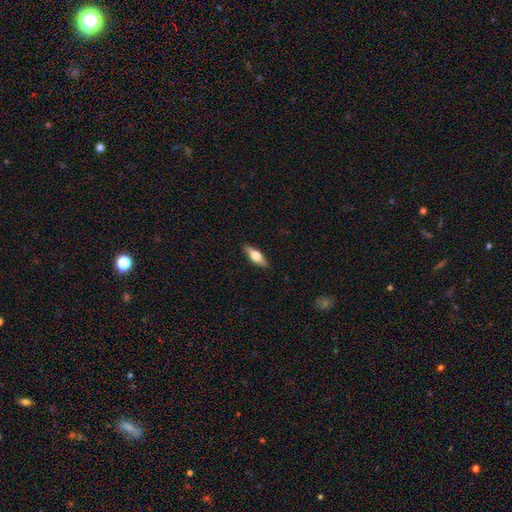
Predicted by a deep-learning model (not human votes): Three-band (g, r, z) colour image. It shows a smooth galaxy with no disk features (51%) that is in between round and cigar-shaped (56%). Merging: none (88%).